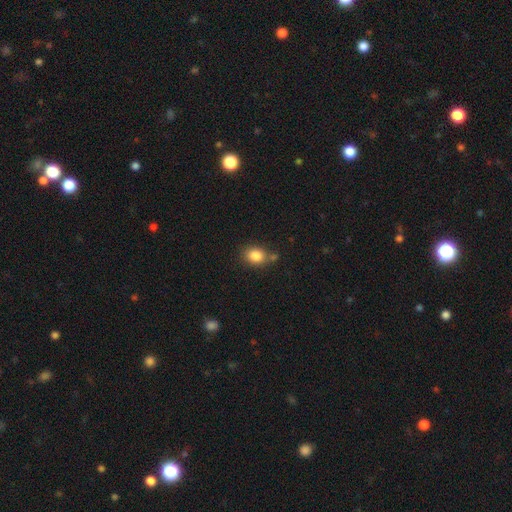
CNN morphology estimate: The model was most divided on "how rounded": in between: 50%, round: 49%, cigar-shaped: 1%. More confident: smooth or featured — smooth (84%); merging — none (70%).